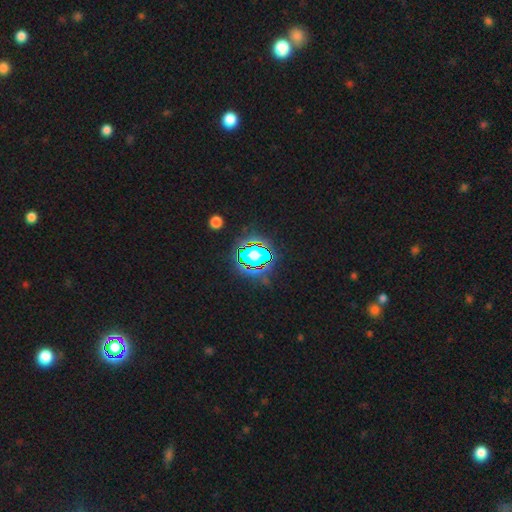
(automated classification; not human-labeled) smooth-or-featured: star or artifact: 81% | smooth: 12% | featured or disk: 7%